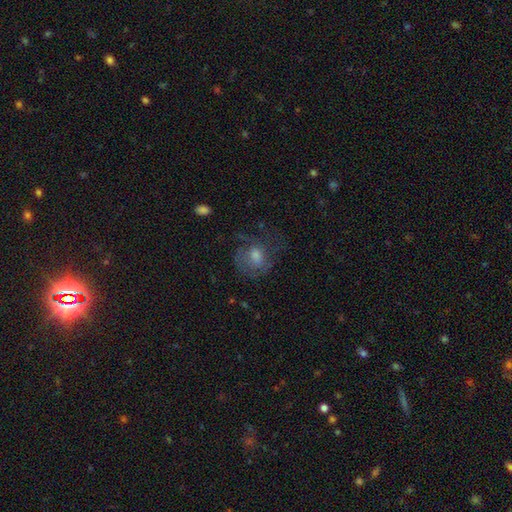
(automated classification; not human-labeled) A featured or disk galaxy (49%).

Vote fractions:
- Smooth or featured? featured or disk: 49% / smooth: 37% / star or artifact: 13%
- Merging? none: 56% / major disturbance: 22% / minor disturbance: 20% / merger: 1%